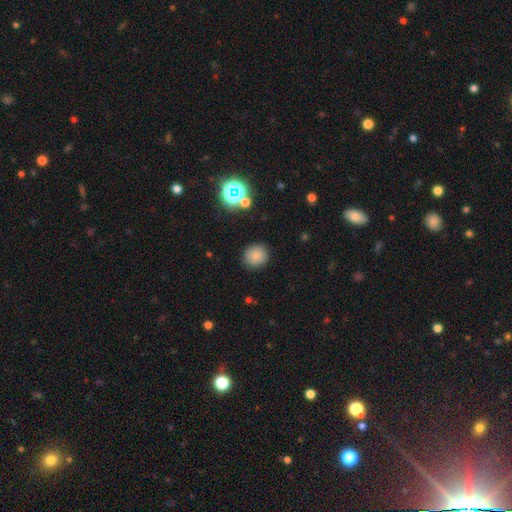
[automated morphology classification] type=smooth (80%); roundness=round (86%); merging=none (88%).